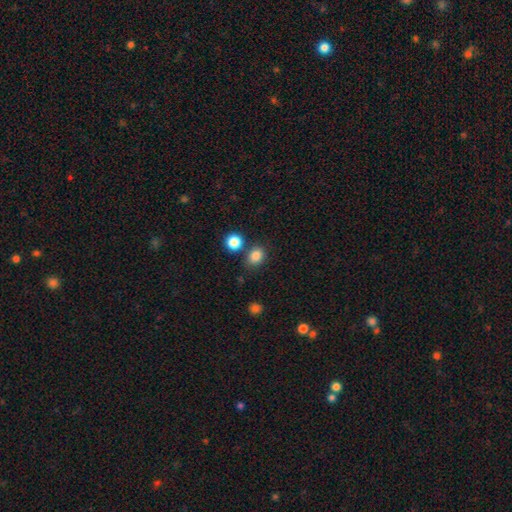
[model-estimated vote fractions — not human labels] smooth_or_featured: smooth (p=0.83) [alt: star or artifact p=0.12]
how_rounded: round (p=0.56) [alt: in between p=0.43]
merging: none (p=0.74) [alt: merger p=0.12]